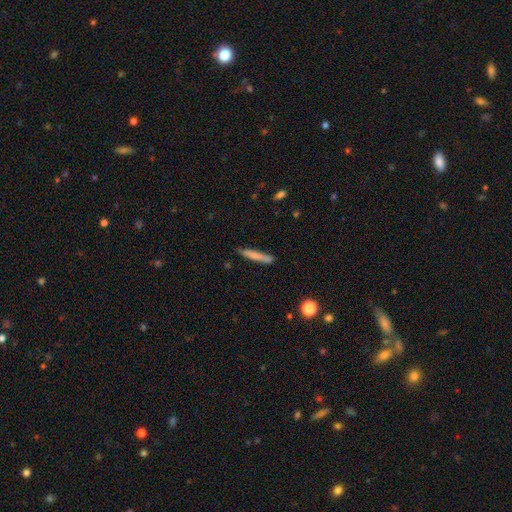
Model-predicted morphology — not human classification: This appears to be a smooth galaxy with no disk features (73%) that is cigar-shaped (94%). Merging: none (84%).